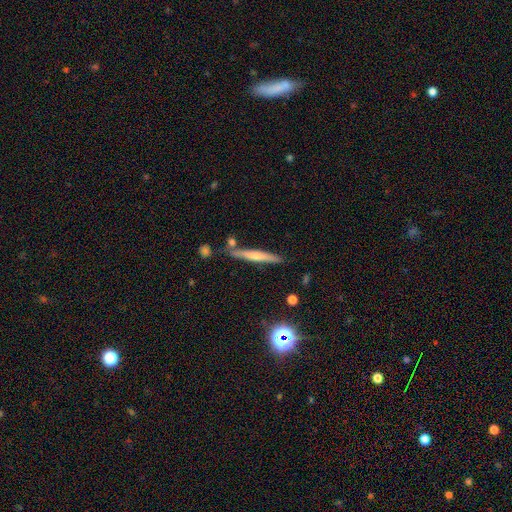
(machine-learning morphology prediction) A featured or disk galaxy (48%). Merging: none (81%).